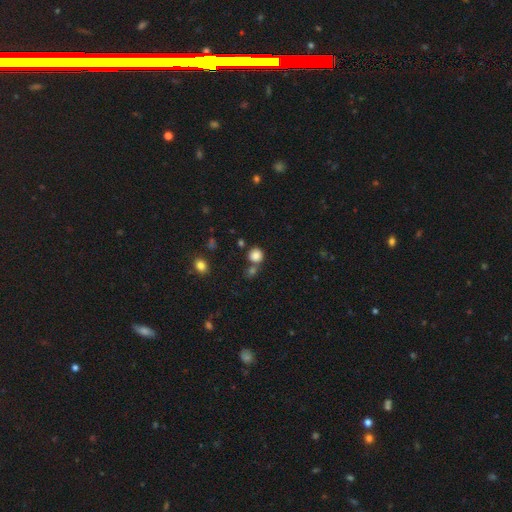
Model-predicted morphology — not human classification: Smooth or featured: smooth — 84% (star or artifact — 11%)
How rounded: round — 89% (in between — 10%)
Merging: none — 64% (merger — 24%)